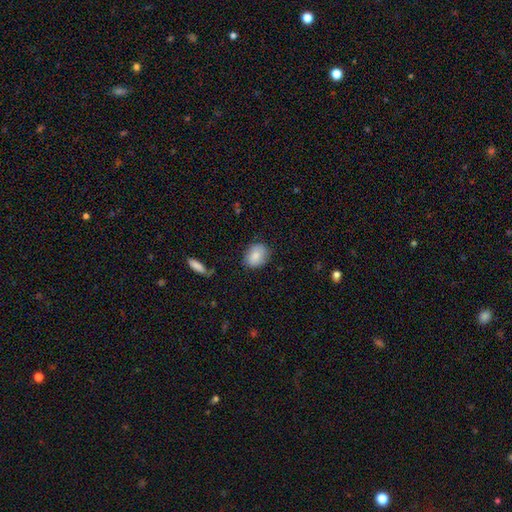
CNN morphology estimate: Smooth or featured?
  - smooth: 83% *
  - featured or disk: 10%
  - star or artifact: 7%
How rounded?
  - in between: 65% *
  - round: 34%
  - cigar-shaped: 1%
Merging?
  - none: 79% *
  - minor disturbance: 16%
  - major disturbance: 3%
  - merger: 2%